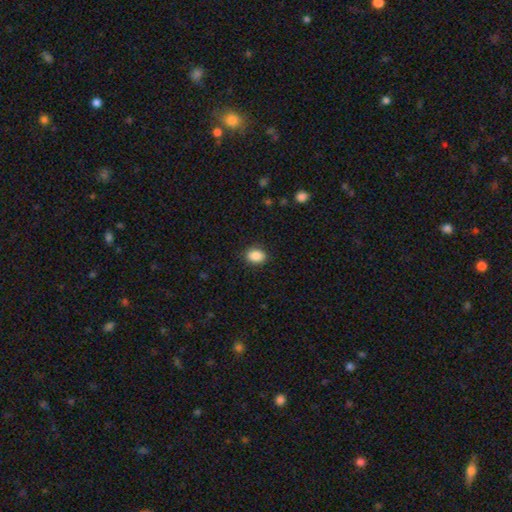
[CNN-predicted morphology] This appears to be a smooth galaxy with no disk features (88%) that is in between round and cigar-shaped (68%). Merging: none (88%).